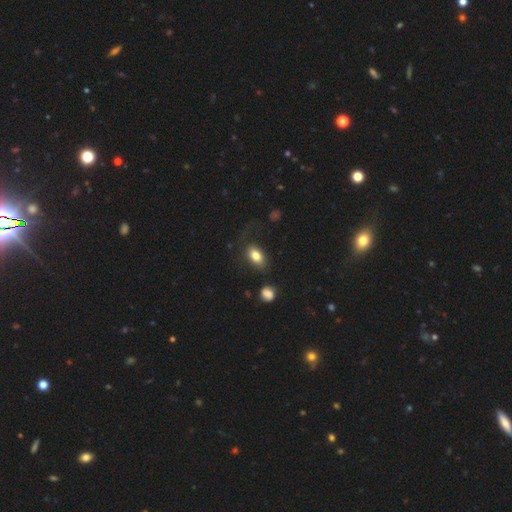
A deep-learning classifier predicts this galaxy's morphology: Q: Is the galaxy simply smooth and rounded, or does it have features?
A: smooth — 81%.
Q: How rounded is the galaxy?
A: in between — 86%.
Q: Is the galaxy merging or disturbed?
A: none — 68%.